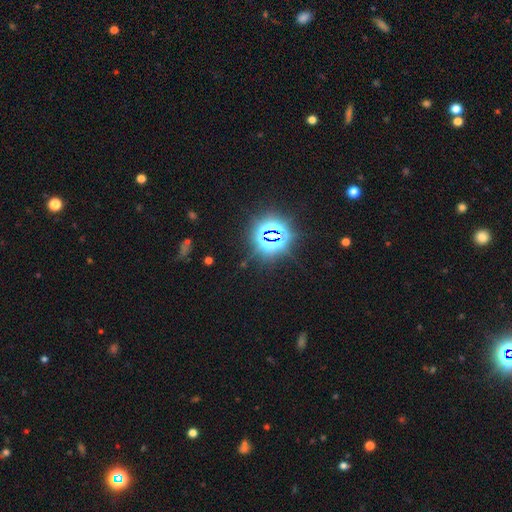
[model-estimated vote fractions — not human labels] Smooth or featured? star or artifact (82%)